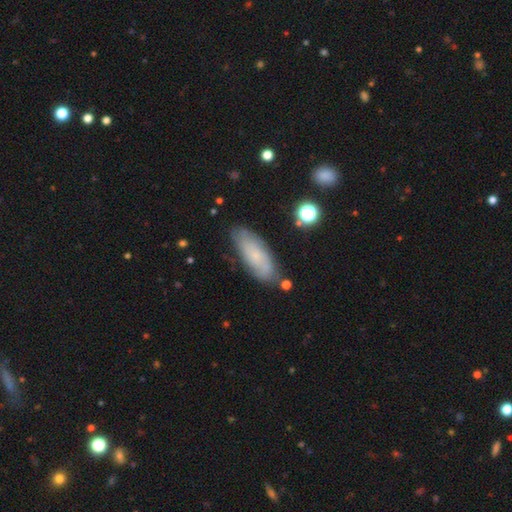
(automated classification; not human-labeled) Morphology: type=smooth (50%); merging=none (76%).